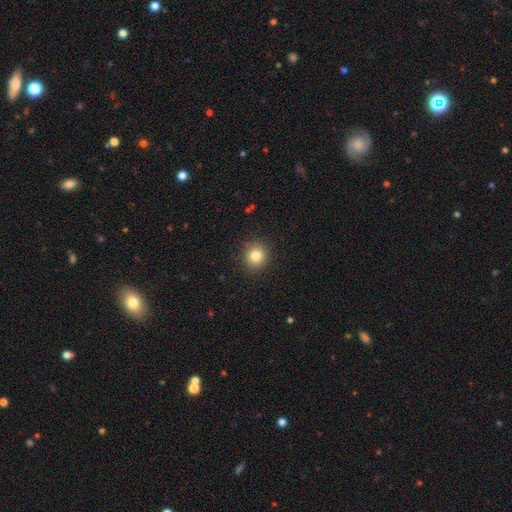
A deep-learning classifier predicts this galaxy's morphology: This appears to be a smooth galaxy with no disk features (82%) that is round (88%). Merging: none (90%).